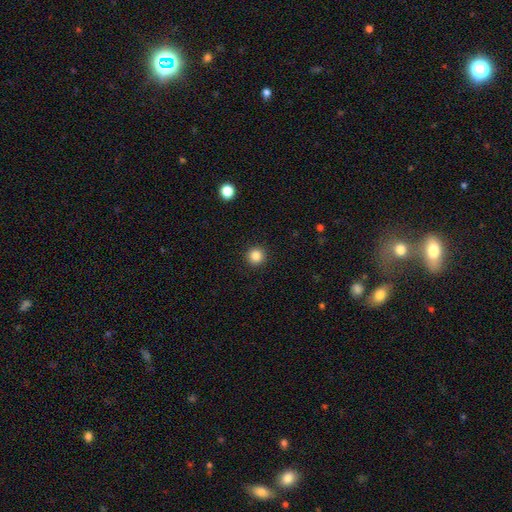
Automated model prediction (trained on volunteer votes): Morphology: type=smooth (85%); roundness=round (95%); merging=none (93%).